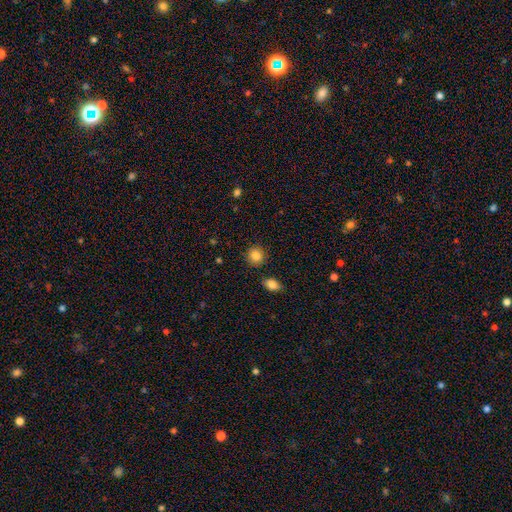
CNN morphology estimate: A smooth galaxy with no disk features (85%) that is round (84%). Merging: none (87%).